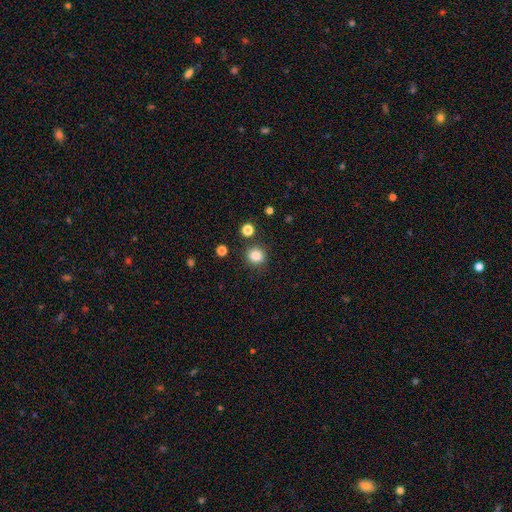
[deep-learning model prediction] smooth_or_featured: smooth (p=0.85) [alt: star or artifact p=0.12]
how_rounded: round (p=0.86) [alt: in between p=0.13]
merging: none (p=0.86) [alt: minor disturbance p=0.08]